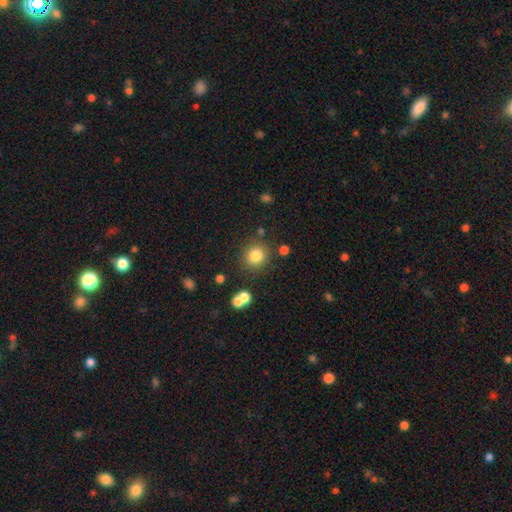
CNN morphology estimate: This is clearly a smooth galaxy (82%). How rounded: clearly round (84%). Merging: clearly none (80%).